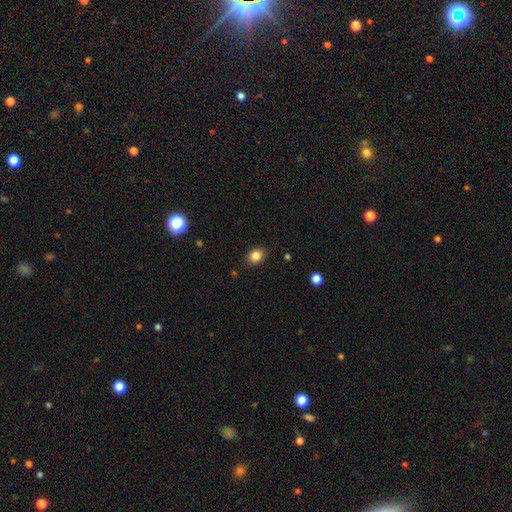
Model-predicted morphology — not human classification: Smooth or featured? smooth (85%)
How rounded? in between (50%)
Merging? none (88%)